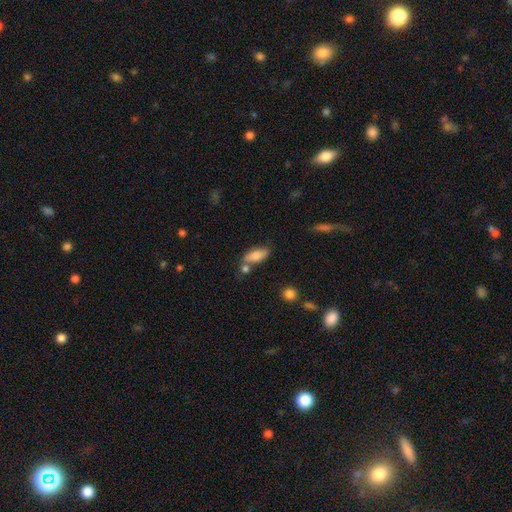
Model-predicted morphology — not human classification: Smooth or featured? Predicted: smooth (p=0.77). How rounded? Predicted: in between (p=0.76). Merging? Predicted: none (p=0.58).